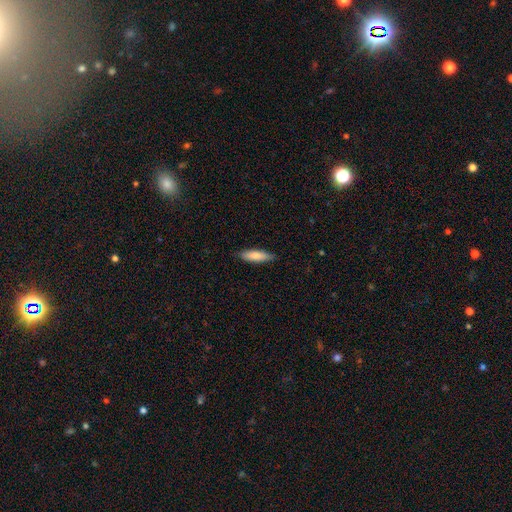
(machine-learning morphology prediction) The model was most divided on "how rounded": cigar-shaped: 60%, in between: 38%, round: 1%. More confident: merging — none (86%); smooth or featured — smooth (80%).